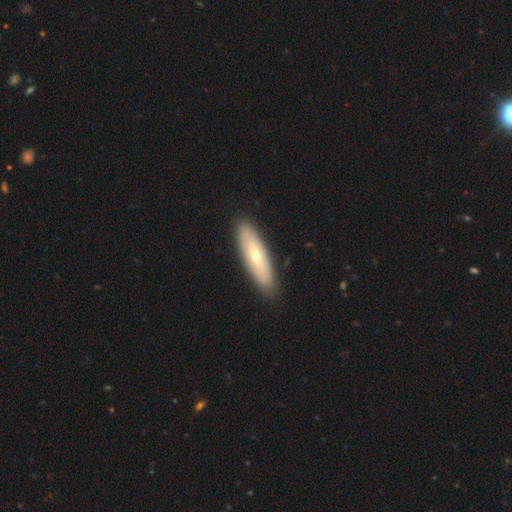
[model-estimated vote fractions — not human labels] smooth_or_featured: smooth (p=0.57) [alt: featured or disk p=0.37]
how_rounded: cigar-shaped (p=0.62) [alt: in between p=0.36]
merging: none (p=0.89) [alt: minor disturbance p=0.08]